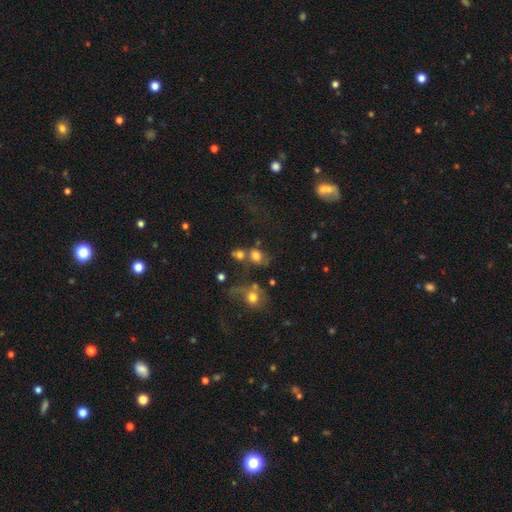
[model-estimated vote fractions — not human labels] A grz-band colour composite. It shows a smooth galaxy with no disk features (70%) that is round (55%). Merging: merger (36%).